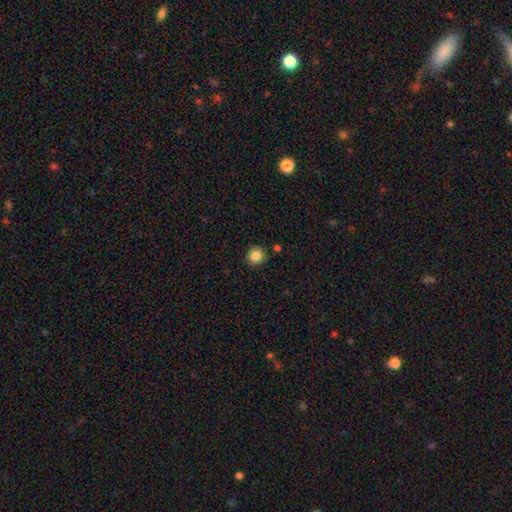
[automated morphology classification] This appears to be a smooth galaxy with no disk features (85%) that is round (91%). Merging: none (88%).